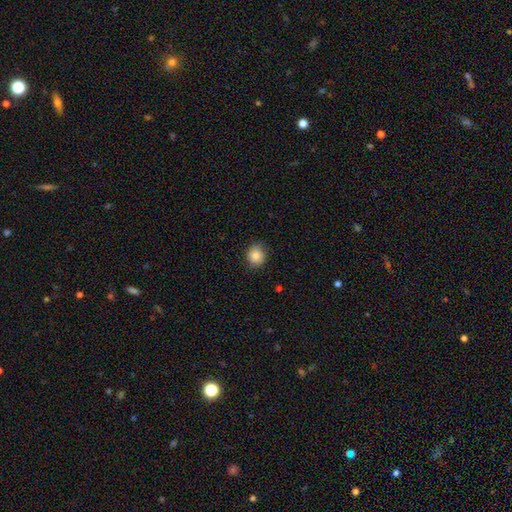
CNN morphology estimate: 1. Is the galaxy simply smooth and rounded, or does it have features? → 85% smooth, 9% star or artifact, 6% featured or disk.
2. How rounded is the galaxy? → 81% round, 18% in between, 1% cigar-shaped.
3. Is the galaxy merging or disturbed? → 81% none, 15% minor disturbance, 3% major disturbance, 1% merger.